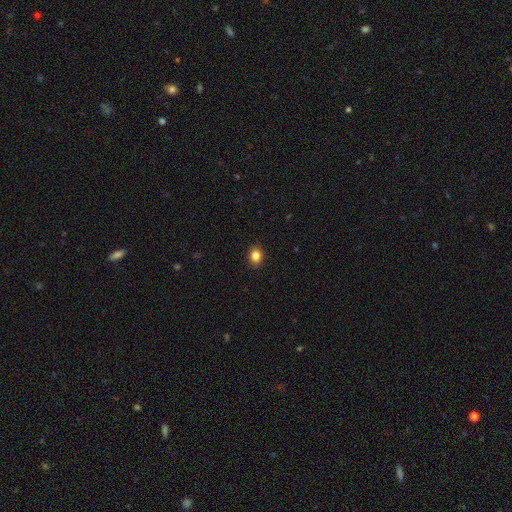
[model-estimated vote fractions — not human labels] The model was most divided on "how rounded": in between: 51%, round: 48%, cigar-shaped: 1%. More confident: merging — none (91%); smooth or featured — smooth (85%).